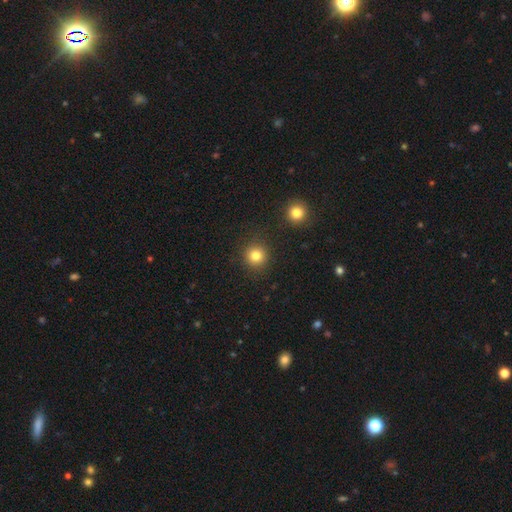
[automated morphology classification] A smooth galaxy with no disk features (82%) that is round (93%). Merging: none (89%).